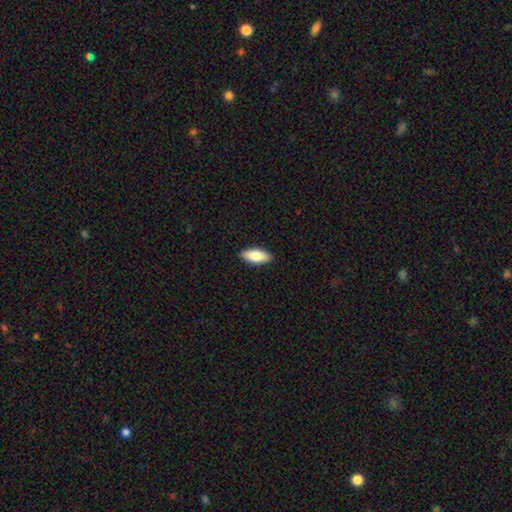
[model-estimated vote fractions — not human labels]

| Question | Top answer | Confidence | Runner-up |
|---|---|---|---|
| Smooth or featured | smooth | 81% | featured or disk (13%) |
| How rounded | in between | 80% | cigar-shaped (18%) |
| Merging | none | 90% | minor disturbance (8%) |